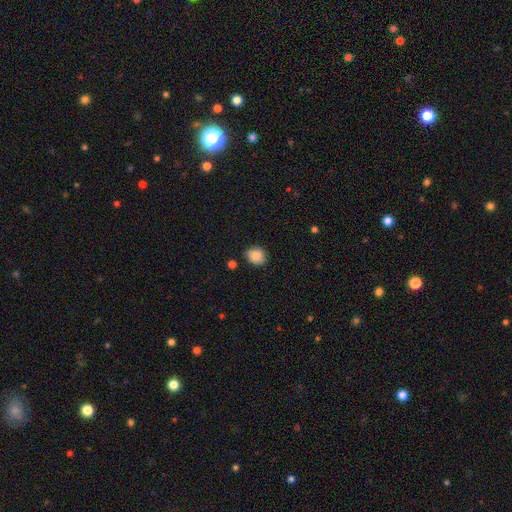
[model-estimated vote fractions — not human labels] A smooth galaxy with no disk features (87%) that is round (68%).

Vote fractions:
- Smooth or featured? smooth: 87% / star or artifact: 8% / featured or disk: 5%
- How rounded? round: 68% / in between: 31% / cigar-shaped: 1%
- Merging? none: 83% / minor disturbance: 12% / major disturbance: 3% / merger: 2%